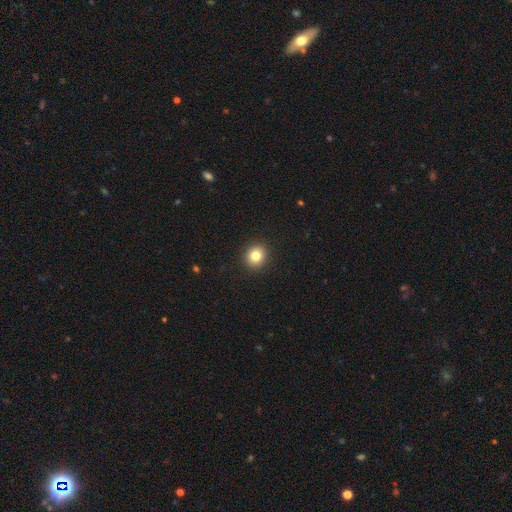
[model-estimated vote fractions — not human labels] smooth-or-featured: smooth: 82% | star or artifact: 11% | featured or disk: 7%
  how-rounded: round: 83% | in between: 16% | cigar-shaped: 1%
  merging: none: 92% | minor disturbance: 5% | major disturbance: 2% | merger: 1%